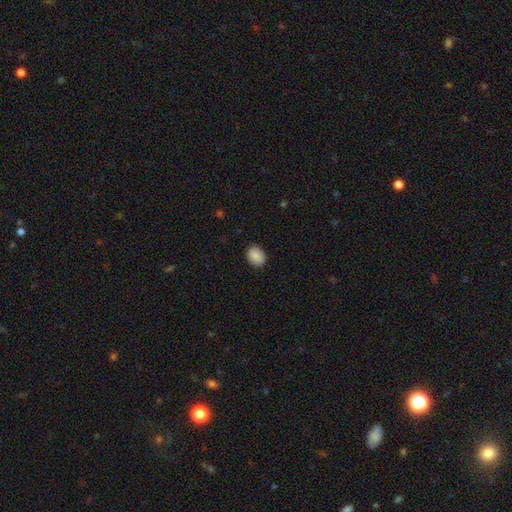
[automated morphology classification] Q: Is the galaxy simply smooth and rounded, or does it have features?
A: smooth — 89%.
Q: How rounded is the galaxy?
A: in between — 66%.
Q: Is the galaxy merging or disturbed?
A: none — 88%.